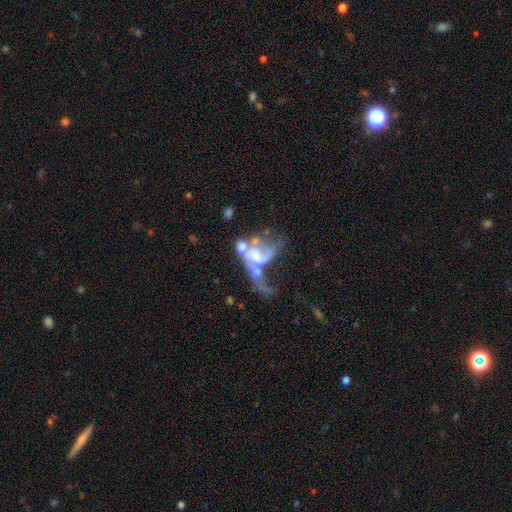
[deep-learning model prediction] Smooth or featured? Predicted: featured or disk (p=0.76). Edge-on disk? Predicted: no (p=0.97). Bar? Predicted: no (p=0.53). Spiral arms? Predicted: yes (p=0.74). Spiral winding? Predicted: loose (p=0.57). Spiral arm count? Predicted: 2 (p=0.54). Bulge size? Predicted: moderate (p=0.35). Merging? Predicted: merger (p=0.44).